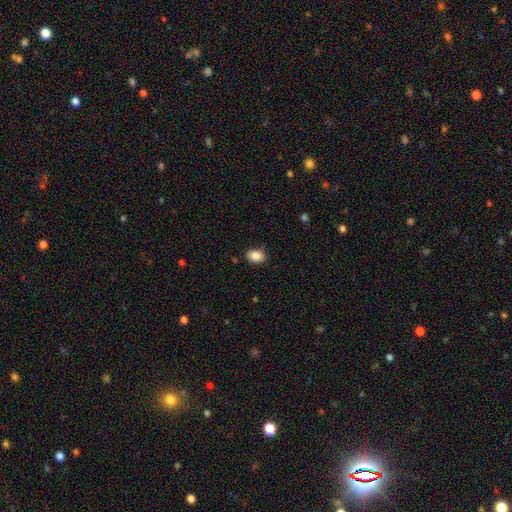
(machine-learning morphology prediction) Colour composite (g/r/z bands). It shows a smooth galaxy with no disk features (88%) that is in between round and cigar-shaped (80%). Merging: none (85%).